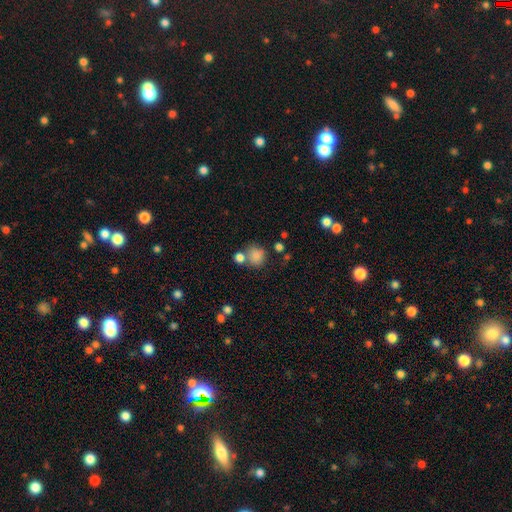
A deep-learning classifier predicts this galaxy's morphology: type=smooth (82%); roundness=round (85%); merging=none (59%).